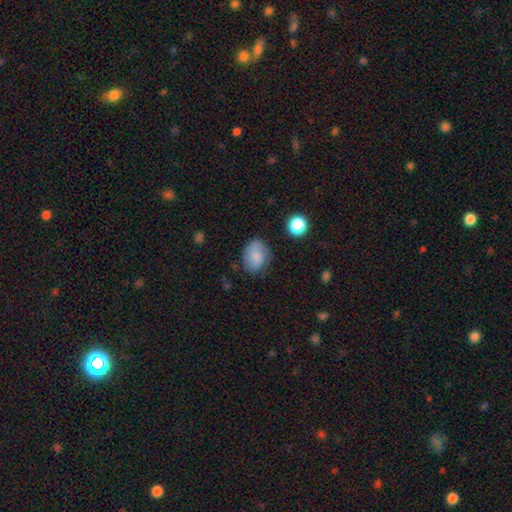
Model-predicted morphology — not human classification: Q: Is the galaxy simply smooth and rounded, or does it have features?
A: smooth — 77%.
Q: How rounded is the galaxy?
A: in between — 63%.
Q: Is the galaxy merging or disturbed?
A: none — 69%.